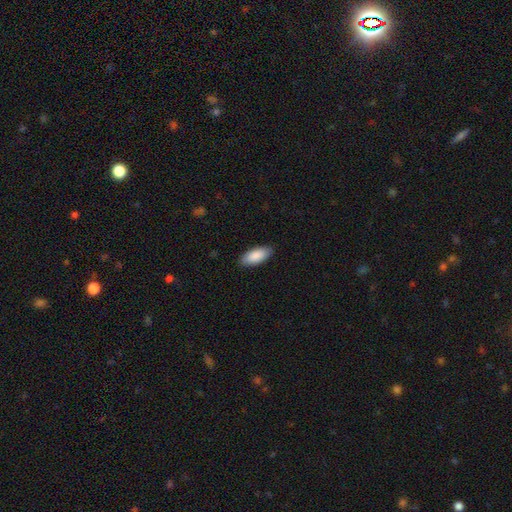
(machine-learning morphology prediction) Overall: smooth (89%). How rounded: in between (87%). Merging: none (88%).